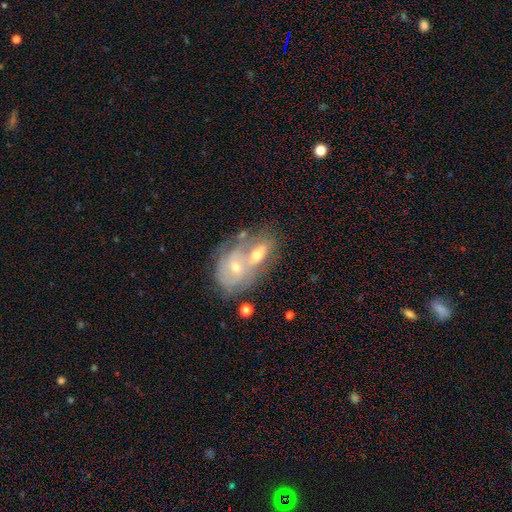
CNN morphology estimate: Smooth or featured? featured or disk (59%)
Edge-on disk? no (94%)
Bar? no (76%)
Spiral arms? yes (56%)
Bulge size? small (49%)
Merging? merger (66%)